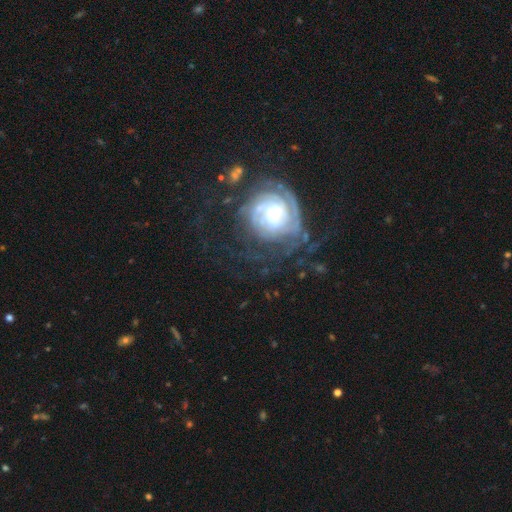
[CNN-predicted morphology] Smooth or featured: featured or disk — 58% (smooth — 24%)
Edge-on disk: no — 94% (yes — 6%)
Bar: no — 72% (weak — 20%)
Spiral arms: yes — 64% (no — 36%)
Bulge size: moderate — 50% (small — 22%)
Merging: none — 57% (major disturbance — 24%)